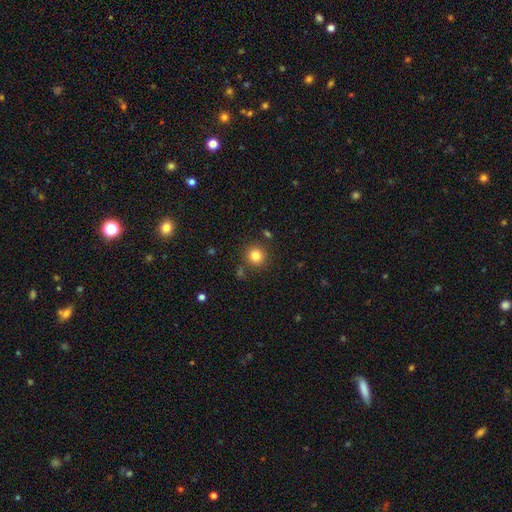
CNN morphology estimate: Smooth or featured? Predicted: smooth (p=0.82). How rounded? Predicted: round (p=0.93). Merging? Predicted: none (p=0.86).